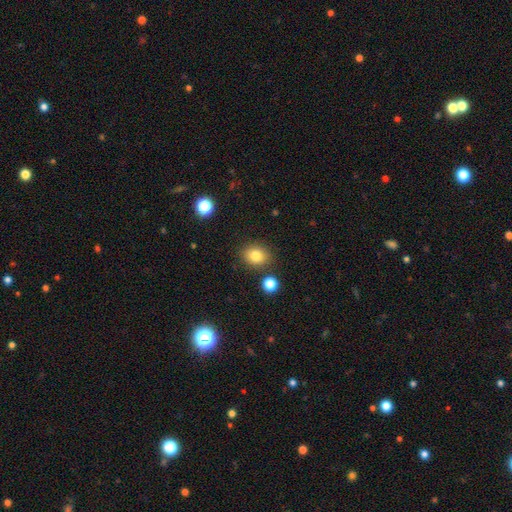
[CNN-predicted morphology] The model was most divided on "how rounded": round: 58%, in between: 41%, cigar-shaped: 1%. More confident: merging — none (84%); smooth or featured — smooth (81%).